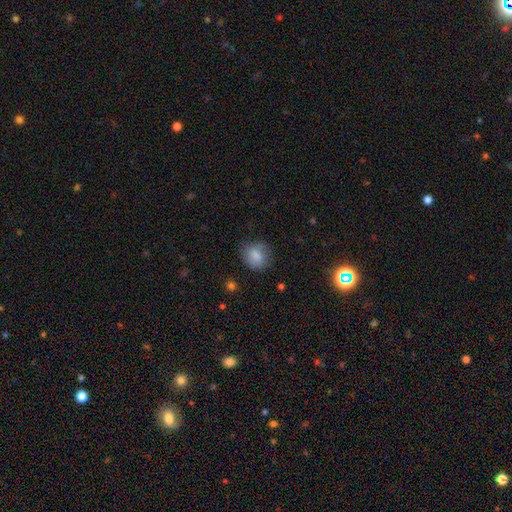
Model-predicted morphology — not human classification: smooth-or-featured: smooth: 77% | featured or disk: 14% | star or artifact: 9%
  how-rounded: round: 68% | in between: 31% | cigar-shaped: 1%
  merging: none: 69% | minor disturbance: 22% | major disturbance: 7% | merger: 2%